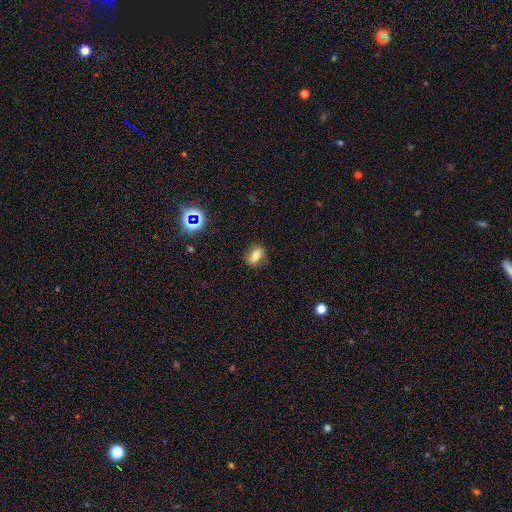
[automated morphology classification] Smooth or featured? smooth (65%)
How rounded? in between (72%)
Merging? none (82%)